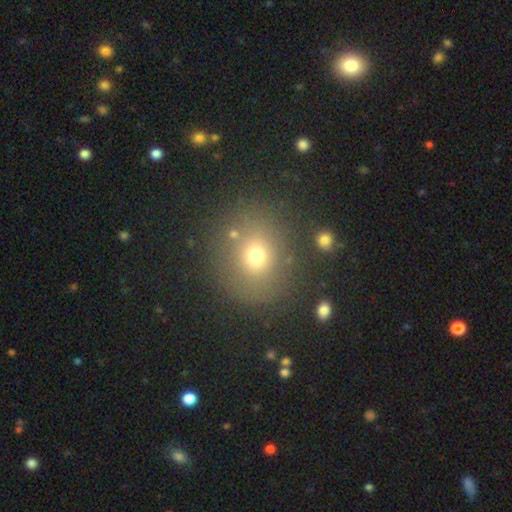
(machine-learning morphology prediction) This appears to be a smooth galaxy with no disk features (69%) that is round (77%). Merging: none (81%).